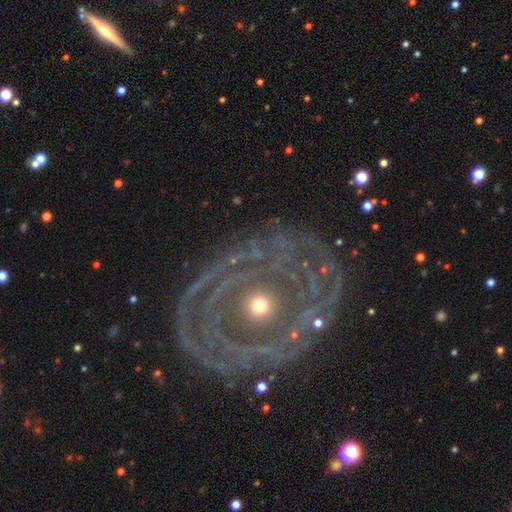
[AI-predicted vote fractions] The model was most divided on "bulge size": small: 48%, moderate: 47%, large: 3%, dominant: 1%, none: 1%. Remaining: edge-on disk — no (96%); smooth or featured — featured or disk (86%); spiral arms — yes (85%); bar — no (83%); spiral winding — tight (82%); merging — none (78%); spiral arm count — can't tell (32%).